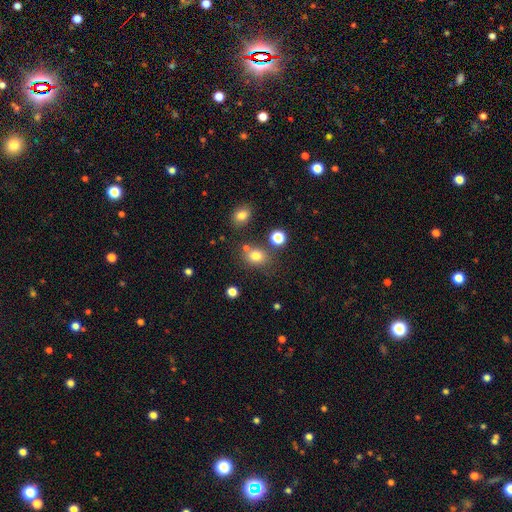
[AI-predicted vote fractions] A smooth galaxy with no disk features (77%) that is round (57%). Merging: none (69%).